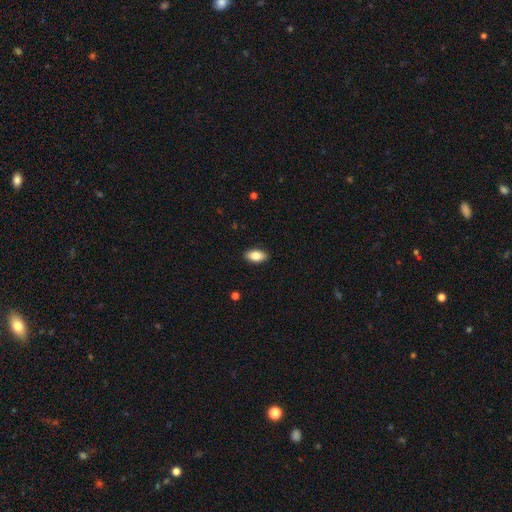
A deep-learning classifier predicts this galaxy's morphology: The model was most divided on "smooth or featured": smooth: 82%, featured or disk: 11%, star or artifact: 7%. More confident: how rounded — in between (92%); merging — none (90%).